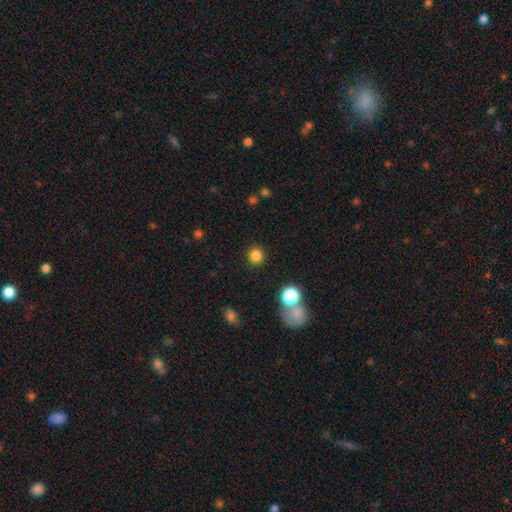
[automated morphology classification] A smooth galaxy with no disk features (83%) that is round (93%). Merging: none (90%).